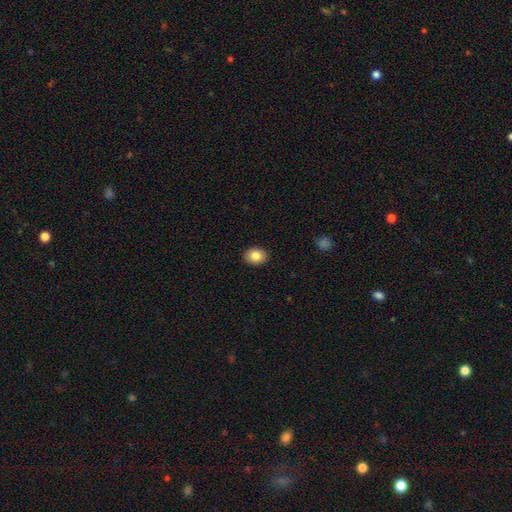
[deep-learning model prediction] The model was most divided on "how rounded": in between: 58%, round: 41%, cigar-shaped: 1%. More confident: merging — none (91%); smooth or featured — smooth (83%).